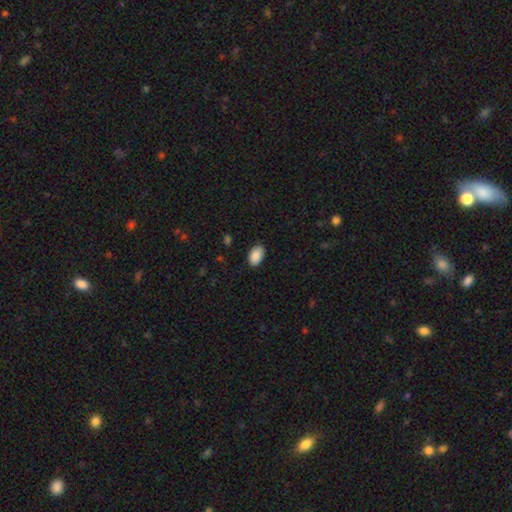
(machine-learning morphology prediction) smooth 90%, star or artifact 7%, featured or disk 3%. Down the decision tree: how rounded — in between (92%); merging — none (85%).